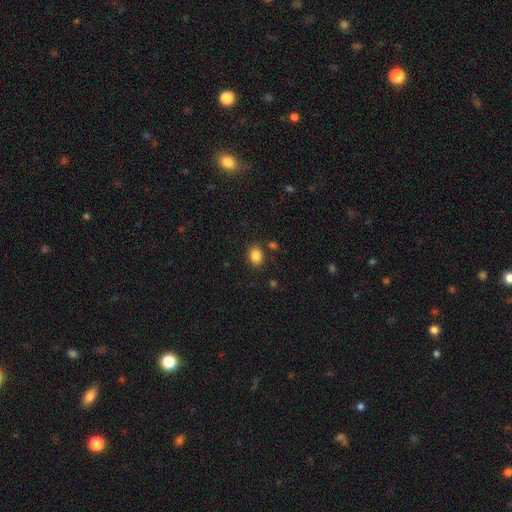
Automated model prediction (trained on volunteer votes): A smooth galaxy with no disk features (85%) that is in between round and cigar-shaped (60%).

Vote fractions:
- Smooth or featured? smooth: 85% / star or artifact: 10% / featured or disk: 5%
- How rounded? in between: 60% / round: 40% / cigar-shaped: 1%
- Merging? none: 83% / minor disturbance: 10% / merger: 4% / major disturbance: 3%